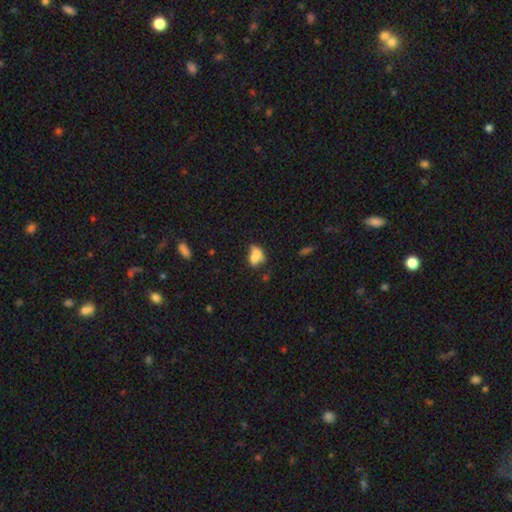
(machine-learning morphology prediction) Overall: smooth (67%). How rounded: in between (72%). Merging: merger (50%; none 25%).